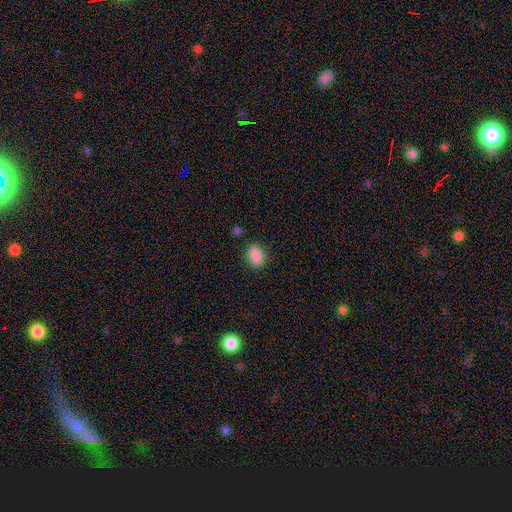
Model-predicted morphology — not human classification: Smooth or featured? smooth (88%)
How rounded? in between (85%)
Merging? none (84%)